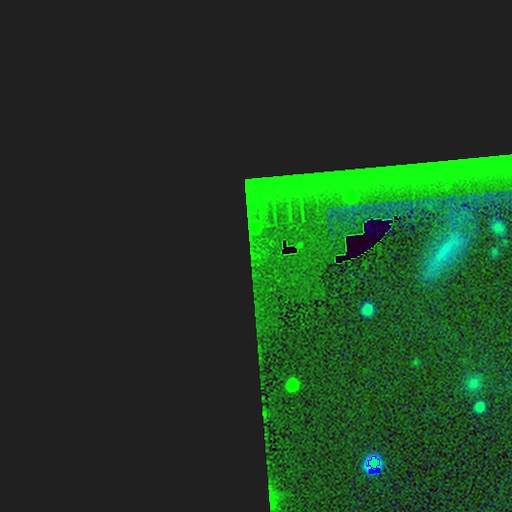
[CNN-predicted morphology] smooth_or_featured: star or artifact (p=0.82) [alt: featured or disk p=0.09]